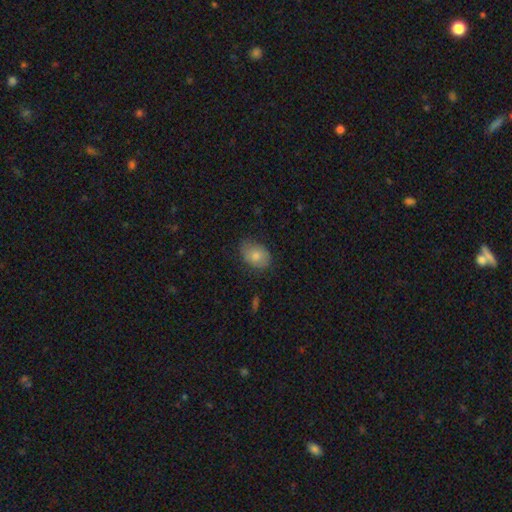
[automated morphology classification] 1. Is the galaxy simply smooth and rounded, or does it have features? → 76% smooth, 15% featured or disk, 9% star or artifact.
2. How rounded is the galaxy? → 78% in between, 21% round, 1% cigar-shaped.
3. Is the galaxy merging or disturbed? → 75% none, 20% minor disturbance, 4% major disturbance, 1% merger.